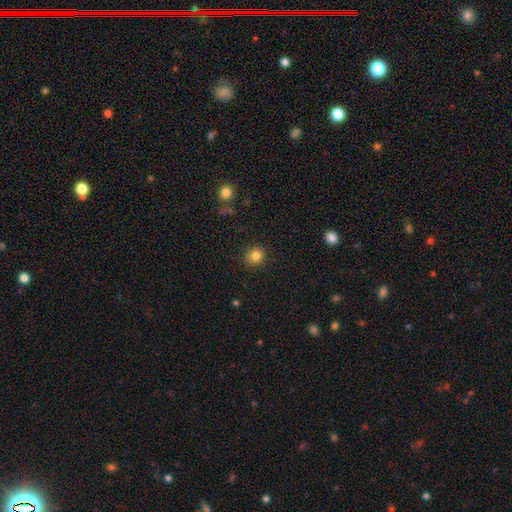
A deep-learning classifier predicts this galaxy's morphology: Smooth or featured?
  - smooth: 82% *
  - star or artifact: 12%
  - featured or disk: 6%
How rounded?
  - round: 89% *
  - in between: 10%
  - cigar-shaped: 1%
Merging?
  - none: 90% *
  - minor disturbance: 7%
  - major disturbance: 2%
  - merger: 1%